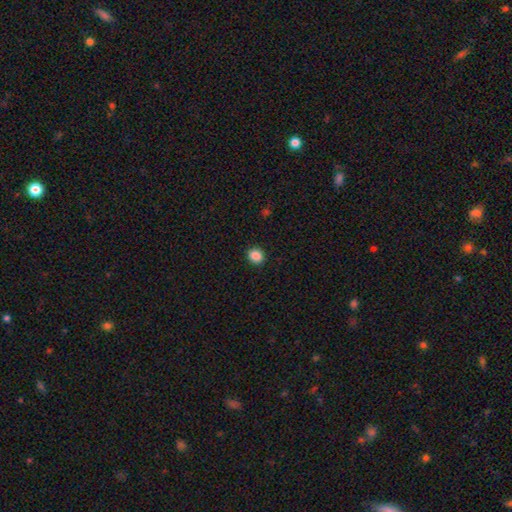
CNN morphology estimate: Overall: smooth (87%). How rounded: round (68%; in between 31%). Merging: none (91%).